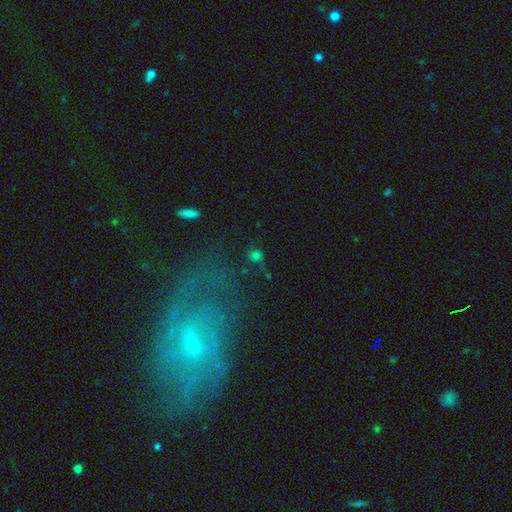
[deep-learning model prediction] Morphology: type=smooth (58%); roundness=round (81%); merging=none (58%).